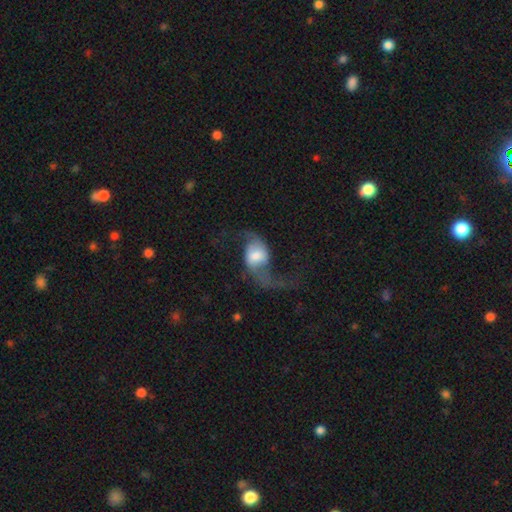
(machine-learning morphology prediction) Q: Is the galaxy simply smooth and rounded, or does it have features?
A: featured or disk — 77%.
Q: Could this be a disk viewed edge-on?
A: no — 96%.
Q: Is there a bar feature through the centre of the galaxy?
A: weak — 43%.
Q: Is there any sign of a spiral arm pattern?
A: yes — 94%.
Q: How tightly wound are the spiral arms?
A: loose — 89%.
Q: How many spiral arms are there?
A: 2 — 92%.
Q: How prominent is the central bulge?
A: moderate — 41%.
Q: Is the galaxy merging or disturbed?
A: none — 51%.